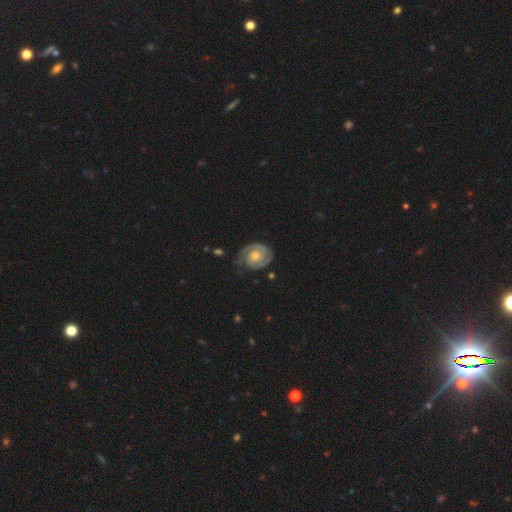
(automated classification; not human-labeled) featured or disk 89%, smooth 7%, star or artifact 4%. Down the decision tree: edge-on disk — no (98%); bar — no (70%); spiral arms — yes (98%); spiral arm count — 2 (86%); spiral winding — tight (69%); bulge size — moderate (61%); merging — none (74%).